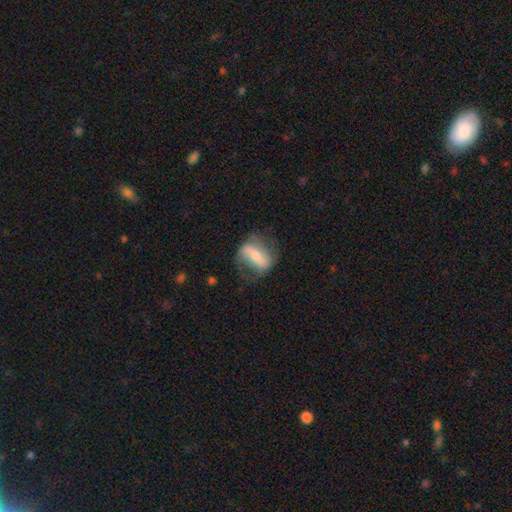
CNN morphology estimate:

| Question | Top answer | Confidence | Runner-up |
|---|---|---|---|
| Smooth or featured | featured or disk | 61% | smooth (32%) |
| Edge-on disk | no | 87% | yes (13%) |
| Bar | strong | 54% | weak (26%) |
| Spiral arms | yes | 63% | no (37%) |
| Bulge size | moderate | 49% | small (41%) |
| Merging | none | 59% | minor disturbance (24%) |